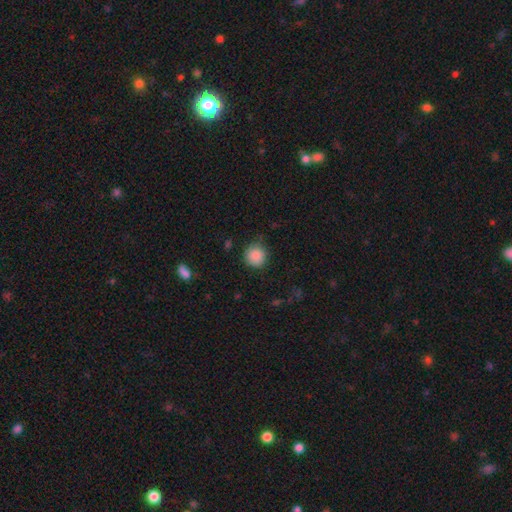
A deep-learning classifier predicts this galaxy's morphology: Q: Smooth or featured?
A: smooth (87%); runner-up: star or artifact (9%)
Q: How rounded?
A: round (93%); runner-up: in between (6%)
Q: Merging?
A: none (81%); runner-up: minor disturbance (14%)